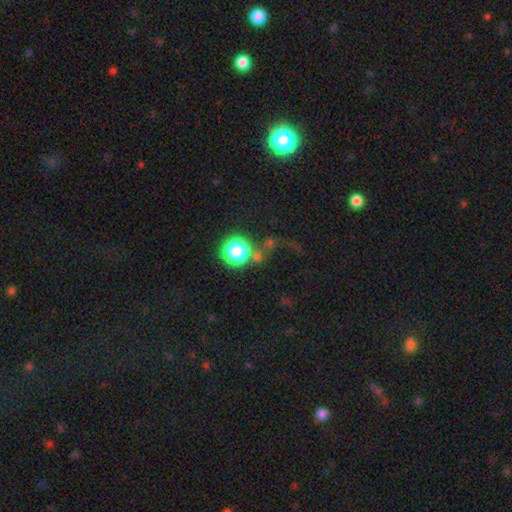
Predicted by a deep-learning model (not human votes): A star or artifact, not a galaxy (56%).